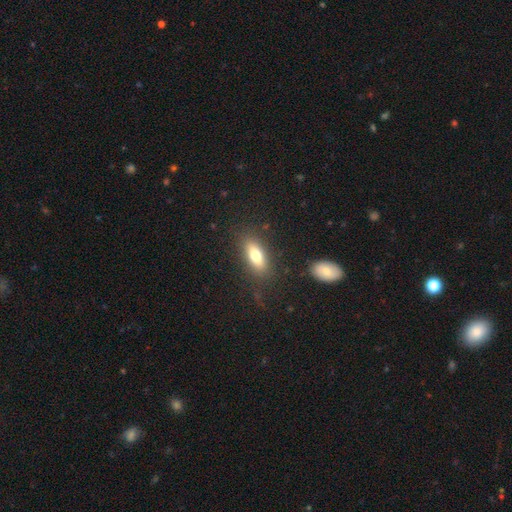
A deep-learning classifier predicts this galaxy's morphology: smooth_or_featured: smooth (p=0.73) [alt: featured or disk p=0.19]
how_rounded: in between (p=0.77) [alt: cigar-shaped p=0.19]
merging: none (p=0.83) [alt: minor disturbance p=0.11]